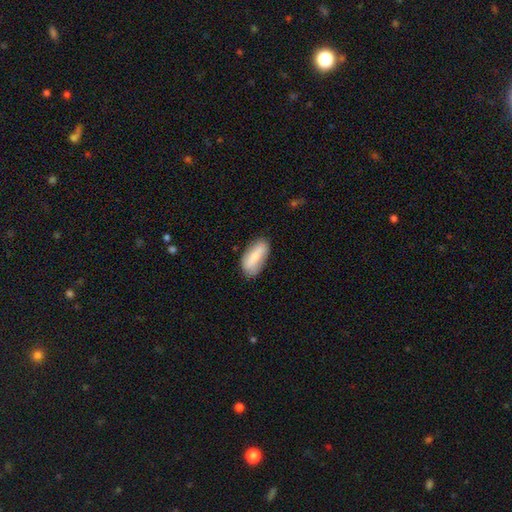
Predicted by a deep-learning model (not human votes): Overall: smooth (75%). How rounded: in between (87%). Merging: none (75%).